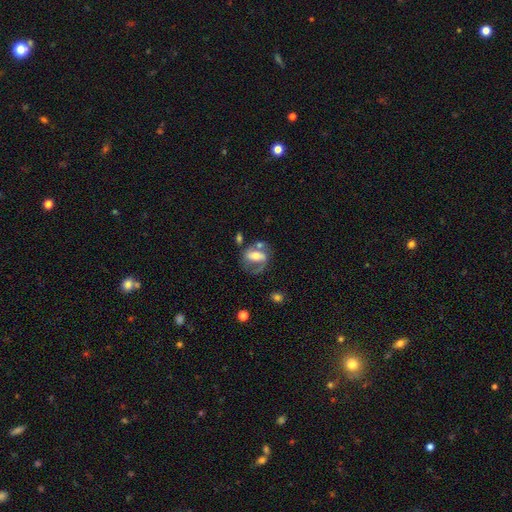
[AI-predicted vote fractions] featured or disk 67%, smooth 26%, star or artifact 7%. Down the decision tree: edge-on disk — no (94%); bar — strong (42%); spiral arms — yes (78%); bulge size — moderate (60%); merging — none (46%).